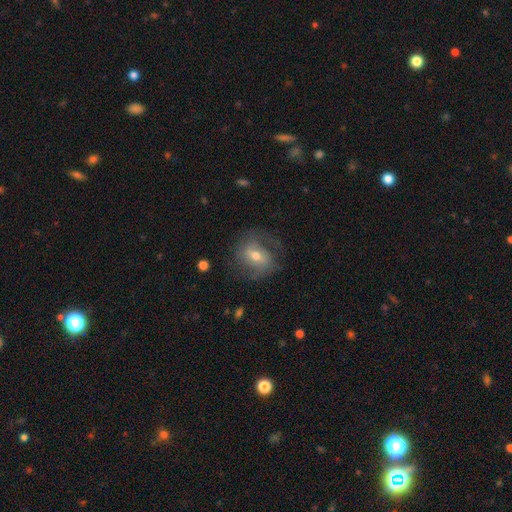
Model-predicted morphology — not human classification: This appears to be a featured or disk galaxy (61%) with a weak bar (45%), spiral arms (78%) and a moderate central bulge (63%). Merging: none (65%).